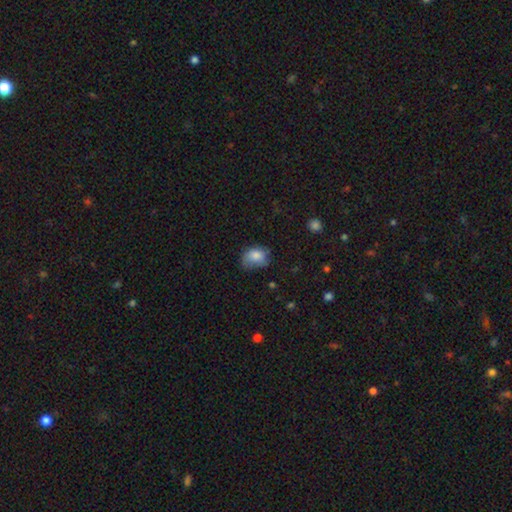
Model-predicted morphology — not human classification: Smooth or featured: smooth — 82% (featured or disk — 9%)
How rounded: in between — 65% (round — 34%)
Merging: none — 44% (minor disturbance — 39%)